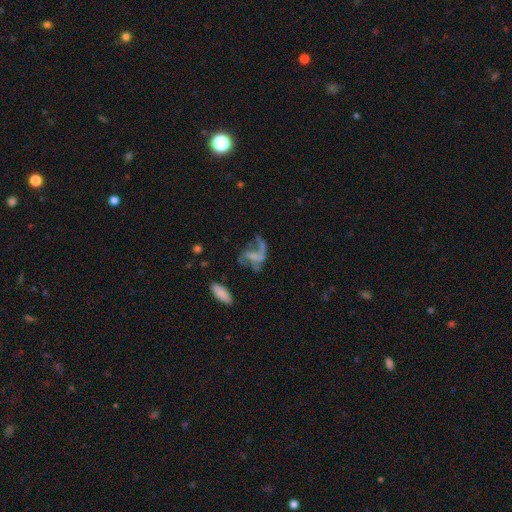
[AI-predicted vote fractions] Smooth or featured? featured or disk (67%)
Edge-on disk? no (96%)
Bar? no (55%)
Spiral arms? yes (67%)
Bulge size? none (63%)
Merging? major disturbance (39%)